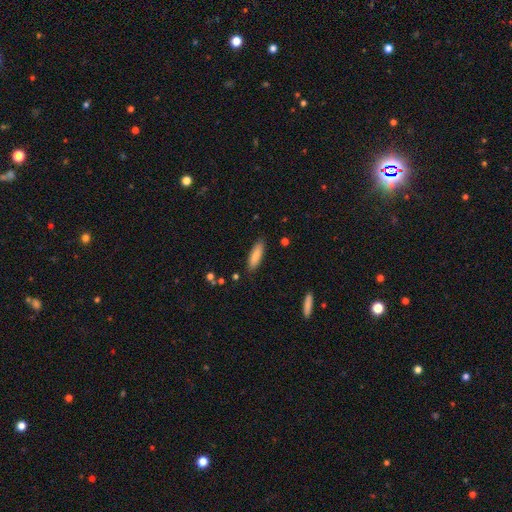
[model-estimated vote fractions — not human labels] This appears to be a smooth galaxy with no disk features (82%) that is cigar-shaped (52%). Merging: none (87%).